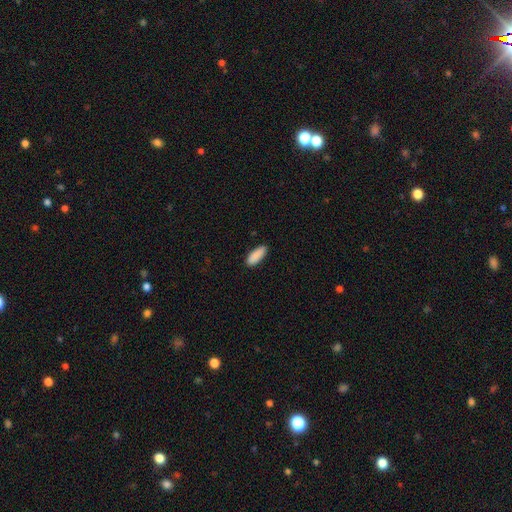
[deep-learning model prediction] smooth_or_featured: smooth (p=0.90) [alt: star or artifact p=0.06]
how_rounded: in between (p=0.72) [alt: cigar-shaped p=0.27]
merging: none (p=0.87) [alt: minor disturbance p=0.10]